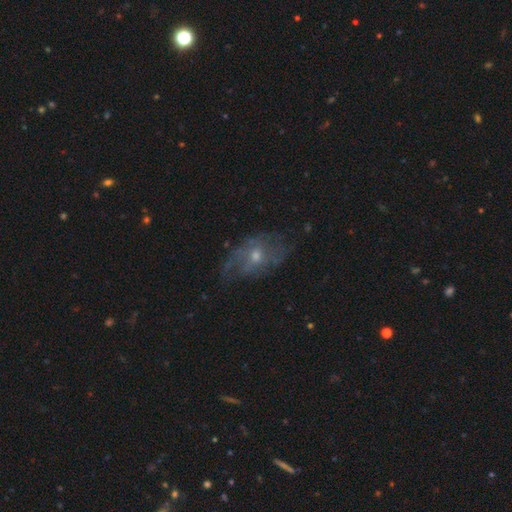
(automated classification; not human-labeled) Morphology: type=featured or disk (63%); edge-on=no (93%); bar=no (74%); spiral arms=yes (66%); bulge=moderate (49%); merging=none (57%).